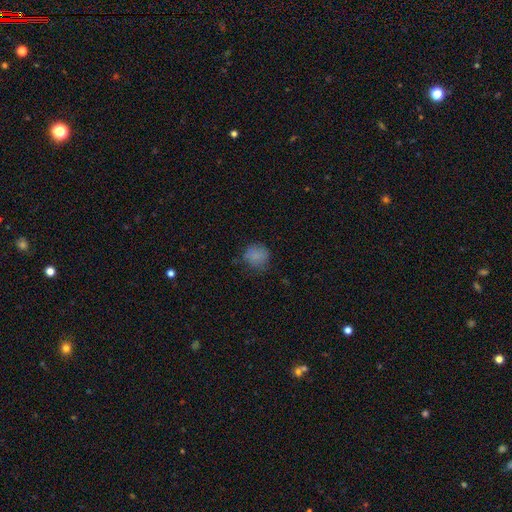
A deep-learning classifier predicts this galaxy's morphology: A smooth galaxy with no disk features (80%) that is round (83%).

Vote fractions:
- Smooth or featured? smooth: 80% / star or artifact: 12% / featured or disk: 8%
- How rounded? round: 83% / in between: 17% / cigar-shaped: 1%
- Merging? none: 67% / minor disturbance: 23% / major disturbance: 8% / merger: 2%